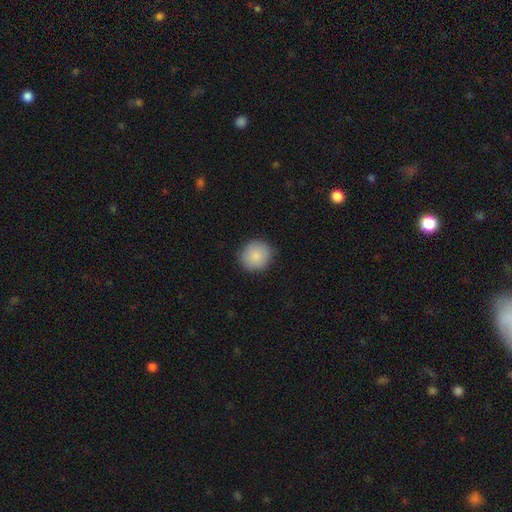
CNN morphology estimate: type=smooth (88%); roundness=round (87%); merging=none (85%).